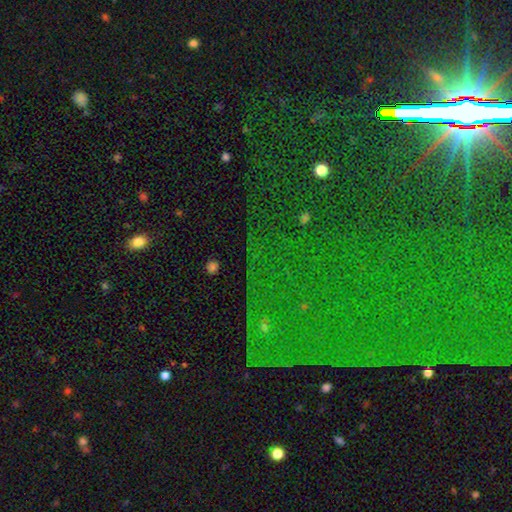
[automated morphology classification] This is clearly a star or artifact rather than a galaxy (84%).